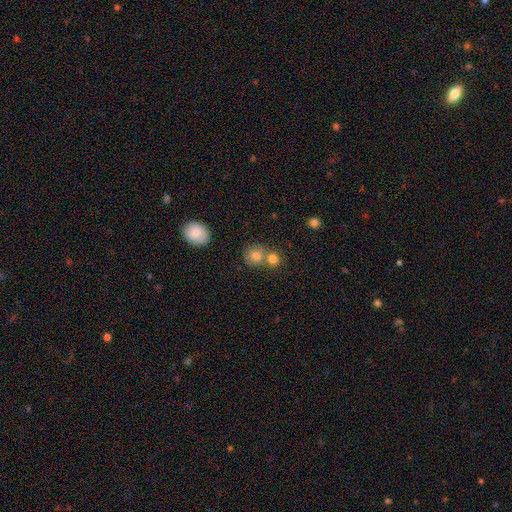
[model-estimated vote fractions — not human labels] Overall: smooth (79%). How rounded: round (81%). Merging: none (48%; merger 41%).